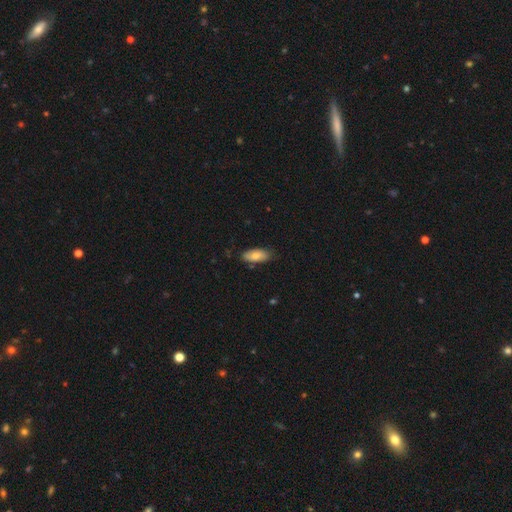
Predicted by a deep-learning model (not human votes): A smooth galaxy with no disk features (76%) that is in between round and cigar-shaped (88%). Merging: none (77%).